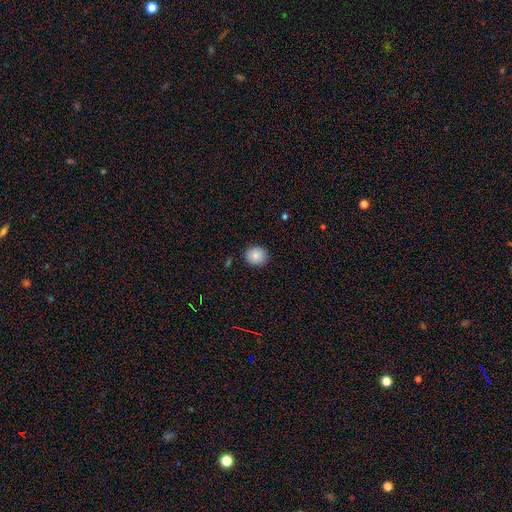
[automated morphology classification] smooth-or-featured: smooth: 86% | star or artifact: 9% | featured or disk: 5%
  how-rounded: round: 83% | in between: 16% | cigar-shaped: 1%
  merging: none: 89% | minor disturbance: 8% | major disturbance: 2% | merger: 1%